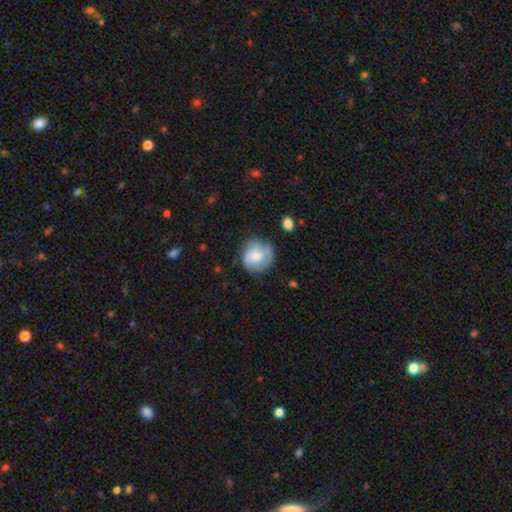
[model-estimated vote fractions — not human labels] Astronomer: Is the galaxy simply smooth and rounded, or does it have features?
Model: smooth — 54% (runner-up: featured or disk, 39%).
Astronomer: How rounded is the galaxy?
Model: round — 88%.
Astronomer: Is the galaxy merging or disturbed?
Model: none — 69%.